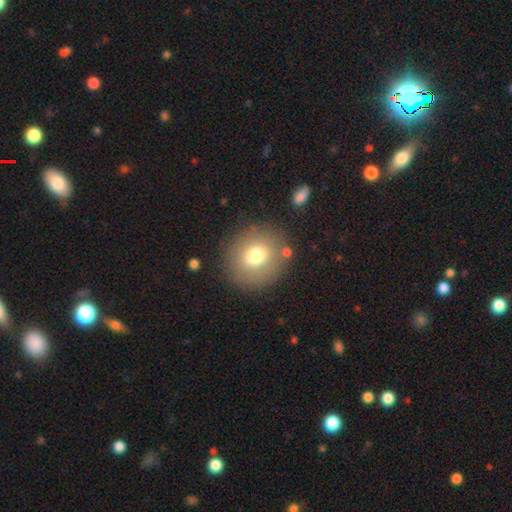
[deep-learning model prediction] Smooth or featured?
  - smooth: 72% *
  - featured or disk: 16%
  - star or artifact: 11%
How rounded?
  - round: 85% *
  - in between: 14%
  - cigar-shaped: 1%
Merging?
  - none: 83% *
  - minor disturbance: 9%
  - major disturbance: 4%
  - merger: 3%